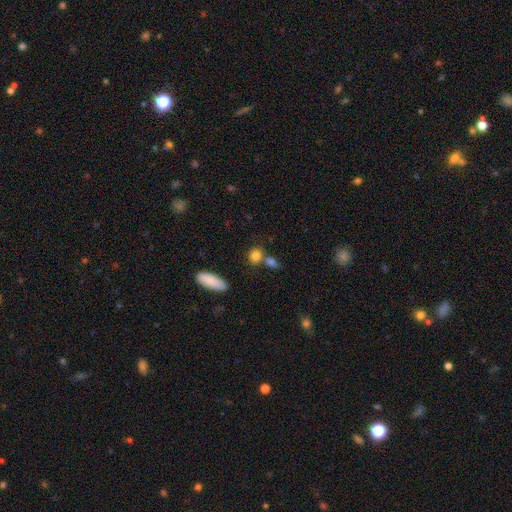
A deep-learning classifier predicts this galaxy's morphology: Smooth or featured? Predicted: smooth (p=0.82). How rounded? Predicted: round (p=0.55). Merging? Predicted: none (p=0.59).